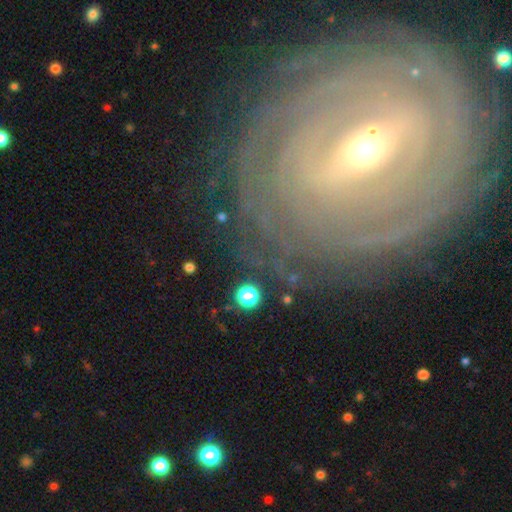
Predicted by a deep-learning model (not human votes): Q: Smooth or featured?
A: featured or disk (75%); runner-up: smooth (13%)
Q: Edge-on disk?
A: no (92%); runner-up: yes (8%)
Q: Bar?
A: strong (34%); tied with: no (34%)
Q: Spiral arms?
A: yes (82%); runner-up: no (18%)
Q: Spiral winding?
A: tight (76%); runner-up: medium (17%)
Q: Spiral arm count?
A: can't tell (37%); runner-up: 2 (18%)
Q: Bulge size?
A: moderate (45%); runner-up: small (44%)
Q: Merging?
A: none (77%); runner-up: minor disturbance (13%)